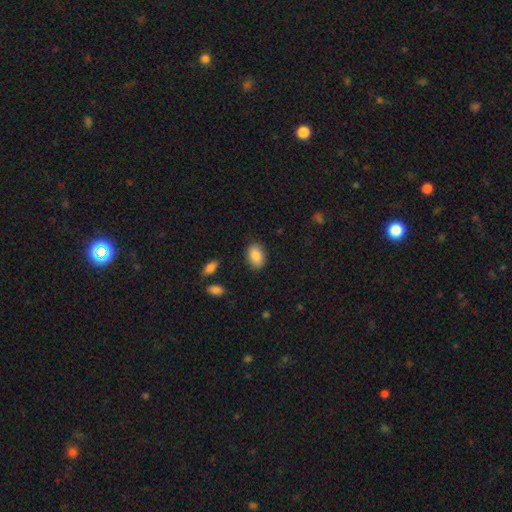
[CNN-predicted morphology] Smooth or featured? smooth (86%)
How rounded? in between (83%)
Merging? none (85%)